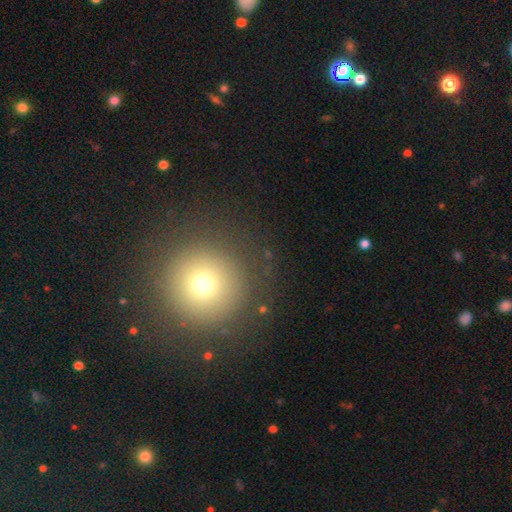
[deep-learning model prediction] smooth-or-featured: smooth: 62% | star or artifact: 22% | featured or disk: 15%
  how-rounded: round: 96% | in between: 3% | cigar-shaped: 1%
  merging: none: 87% | minor disturbance: 7% | major disturbance: 5% | merger: 1%